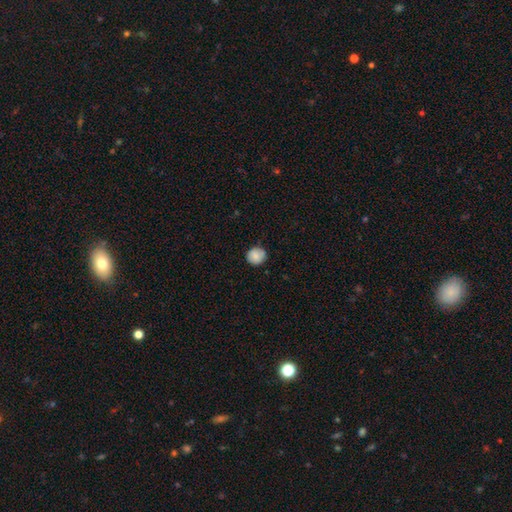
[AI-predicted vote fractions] smooth_or_featured: smooth (p=0.85) [alt: star or artifact p=0.08]
how_rounded: round (p=0.91) [alt: in between p=0.09]
merging: none (p=0.83) [alt: minor disturbance p=0.13]